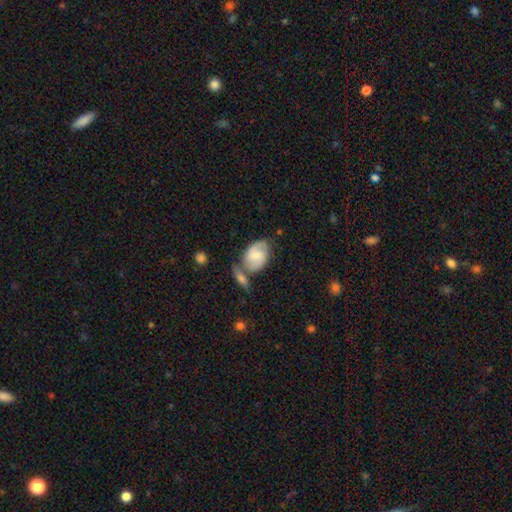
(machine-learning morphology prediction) Smooth or featured: featured or disk — 51% (smooth — 42%)
Edge-on disk: no — 95% (yes — 5%)
Merging: none — 47% (merger — 28%)